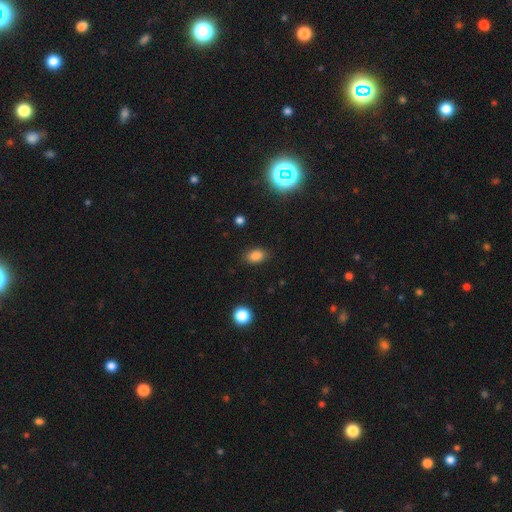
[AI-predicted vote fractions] Smooth or featured? smooth (83%)
How rounded? in between (84%)
Merging? none (85%)